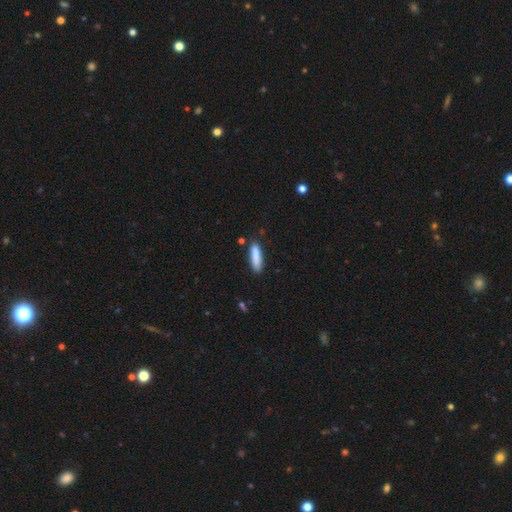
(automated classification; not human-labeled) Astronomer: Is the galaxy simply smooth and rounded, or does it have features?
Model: smooth — 87%.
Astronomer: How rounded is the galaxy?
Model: cigar-shaped — 70%.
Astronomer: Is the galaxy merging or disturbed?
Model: none — 84%.